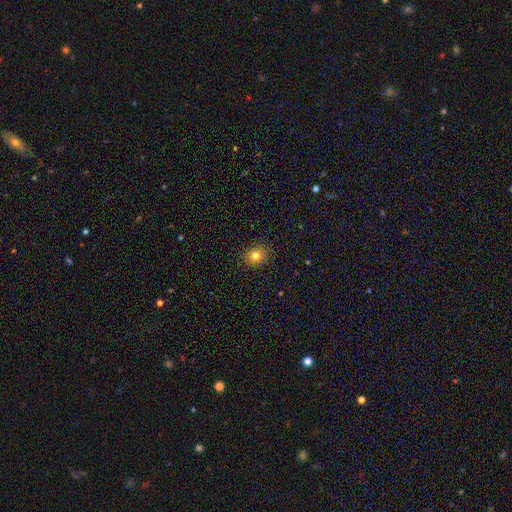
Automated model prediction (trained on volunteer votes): Morphology: type=smooth (80%); roundness=round (69%); merging=none (89%).